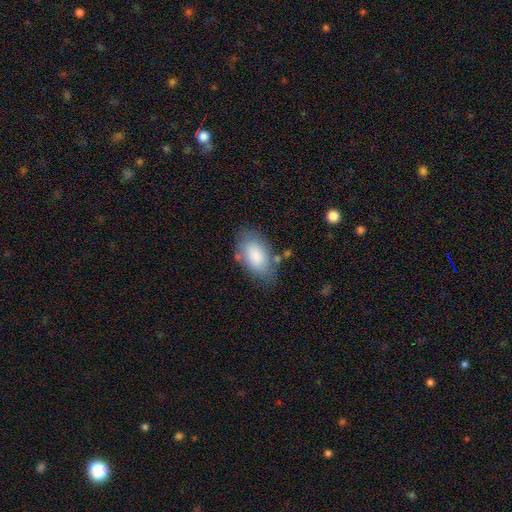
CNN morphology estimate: type=smooth (84%); roundness=in between (93%); merging=none (68%).